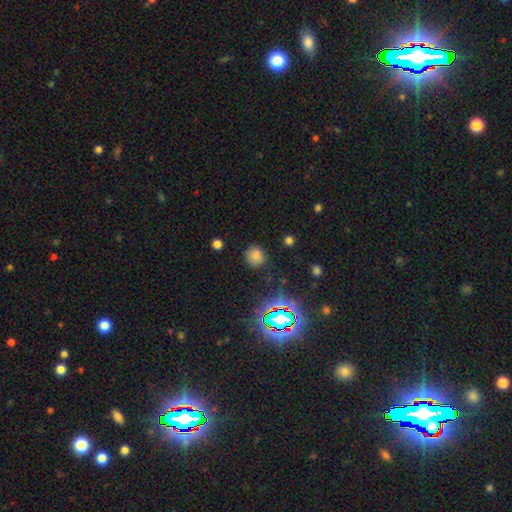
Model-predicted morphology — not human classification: Smooth or featured? Predicted: smooth (p=0.71). How rounded? Predicted: round (p=0.81). Merging? Predicted: none (p=0.81).